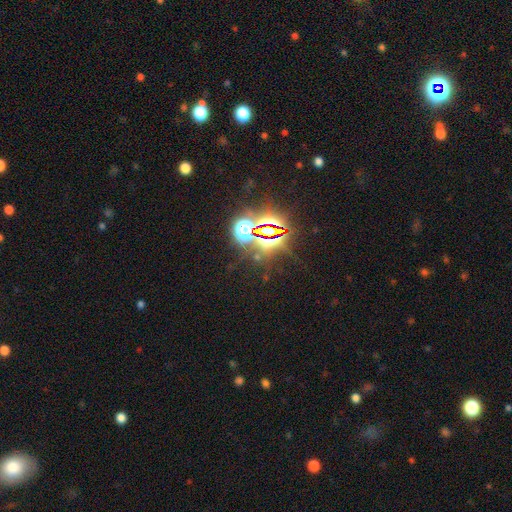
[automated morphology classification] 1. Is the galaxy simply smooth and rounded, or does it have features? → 81% star or artifact, 11% smooth, 8% featured or disk.